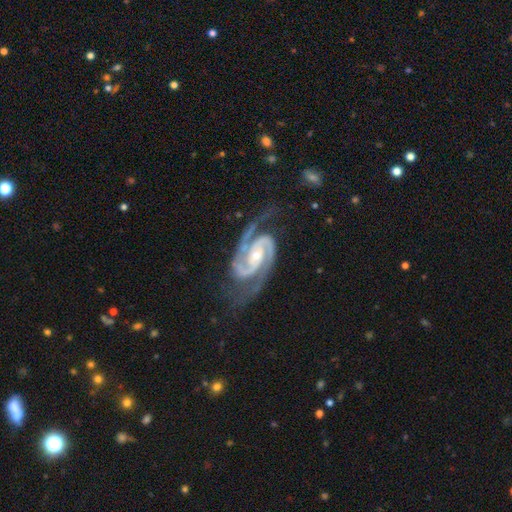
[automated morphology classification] A featured or disk galaxy (94%) with no bar (41%), 2 (91%) medium (51%) spiral arms (99%) and a small central bulge (62%).

Vote fractions:
- Smooth or featured? featured or disk: 94% / star or artifact: 4% / smooth: 2%
- Edge-on disk? no: 98% / yes: 2%
- Bar? no: 41% / weak: 32% / strong: 27%
- Spiral arms? yes: 99% / no: 1%
- Spiral winding? medium: 51% / tight: 43% / loose: 6%
- Spiral arm count? 2: 91% / 3: 4% / can't tell: 1% / 4: 1% / 1: 1% / more than 4: 1%
- Bulge size? small: 62% / moderate: 34% / large: 1% / none: 1% / dominant: 1%
- Merging? none: 72% / minor disturbance: 18% / major disturbance: 8% / merger: 2%